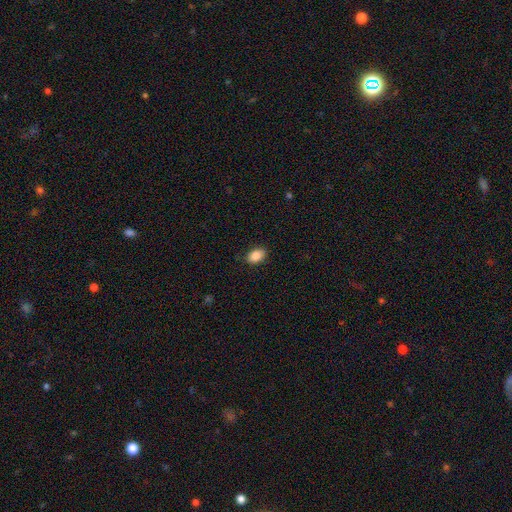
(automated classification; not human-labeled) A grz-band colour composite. It shows a smooth galaxy with no disk features (88%) that is in between round and cigar-shaped (86%). Merging: none (85%).